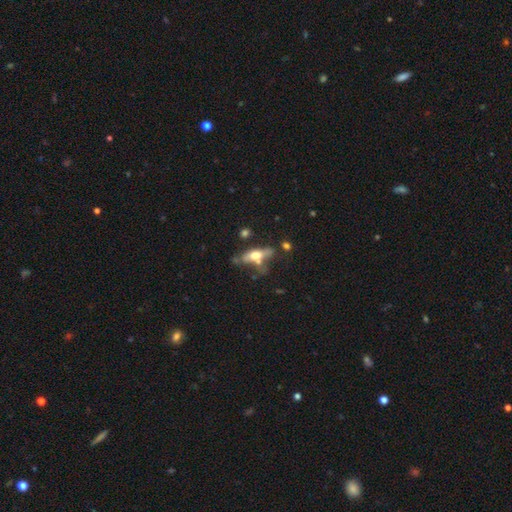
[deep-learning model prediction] The model was most divided on "smooth or featured": featured or disk: 47%, smooth: 45%, star or artifact: 8%. Remaining: merging — none (42%).